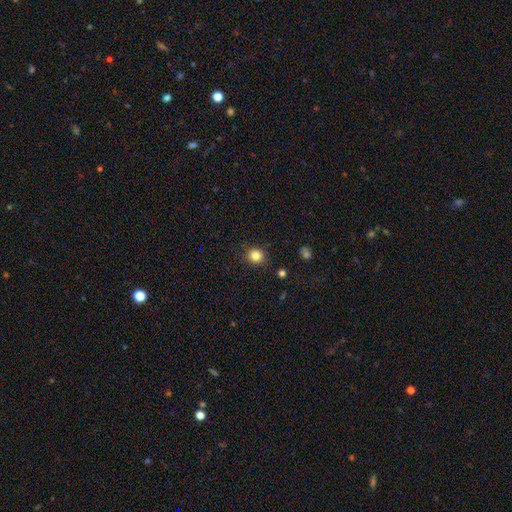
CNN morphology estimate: type=smooth (83%); roundness=round (86%); merging=none (88%).